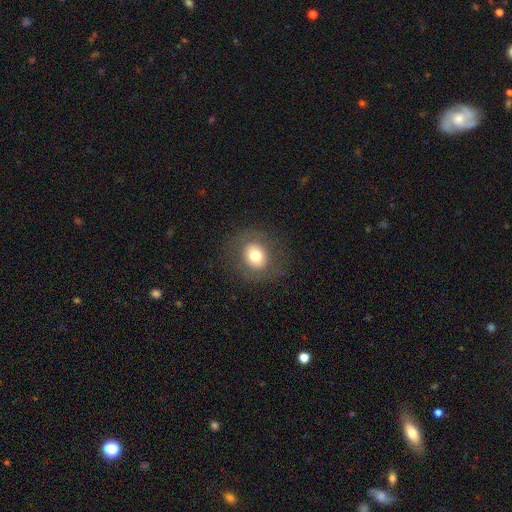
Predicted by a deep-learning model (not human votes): smooth-or-featured: smooth: 70% | featured or disk: 20% | star or artifact: 11%
  how-rounded: round: 71% | in between: 28% | cigar-shaped: 1%
  merging: none: 82% | minor disturbance: 11% | major disturbance: 6% | merger: 1%